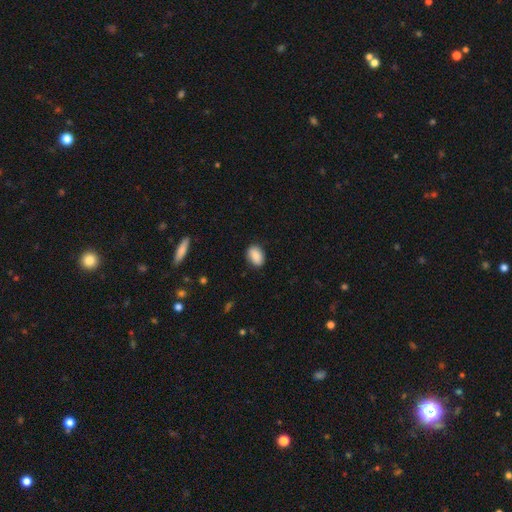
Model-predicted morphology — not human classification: Smooth or featured: smooth — 86% (star or artifact — 7%)
How rounded: in between — 83% (round — 15%)
Merging: none — 85% (minor disturbance — 12%)